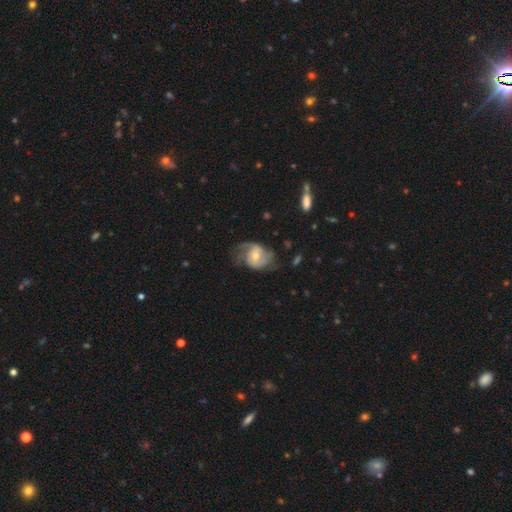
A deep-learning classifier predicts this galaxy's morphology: Smooth or featured? featured or disk (72%)
Edge-on disk? no (97%)
Bar? no (54%)
Spiral arms? yes (89%)
Spiral winding? medium (44%)
Spiral arm count? 2 (66%)
Bulge size? moderate (53%)
Merging? none (49%)